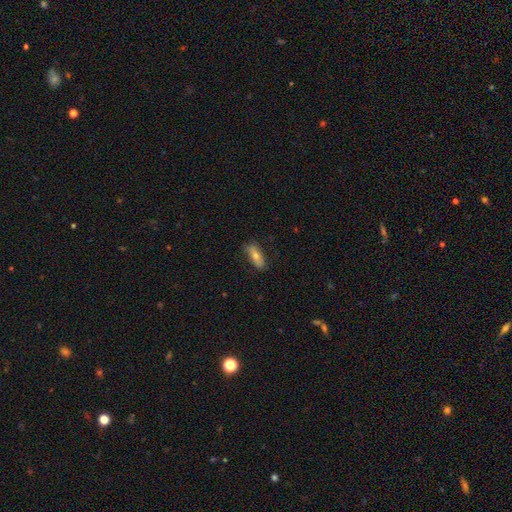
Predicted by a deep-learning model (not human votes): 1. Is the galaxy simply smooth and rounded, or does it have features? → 59% smooth, 32% featured or disk, 9% star or artifact.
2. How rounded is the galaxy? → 63% in between, 33% cigar-shaped, 4% round.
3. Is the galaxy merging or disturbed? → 80% none, 15% minor disturbance, 3% major disturbance, 1% merger.